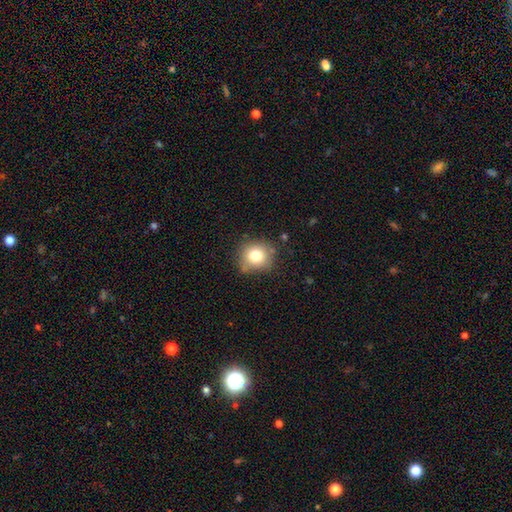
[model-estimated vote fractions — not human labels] Q: Smooth or featured?
A: smooth (77%); runner-up: star or artifact (12%)
Q: How rounded?
A: round (88%); runner-up: in between (12%)
Q: Merging?
A: none (78%); runner-up: minor disturbance (15%)